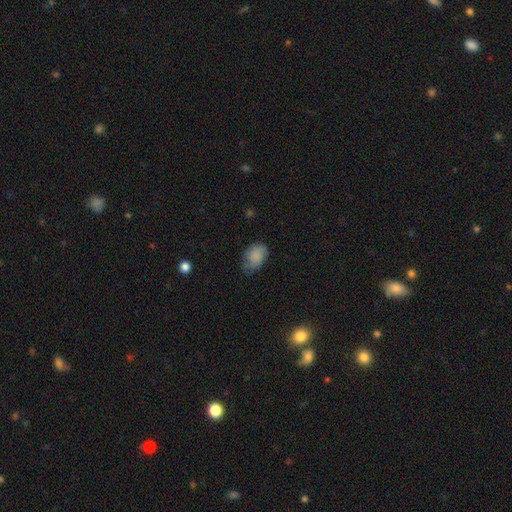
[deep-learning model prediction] smooth-or-featured: smooth: 77% | featured or disk: 14% | star or artifact: 8%
  how-rounded: in between: 75% | round: 24% | cigar-shaped: 1%
  merging: none: 56% | minor disturbance: 33% | major disturbance: 10% | merger: 1%